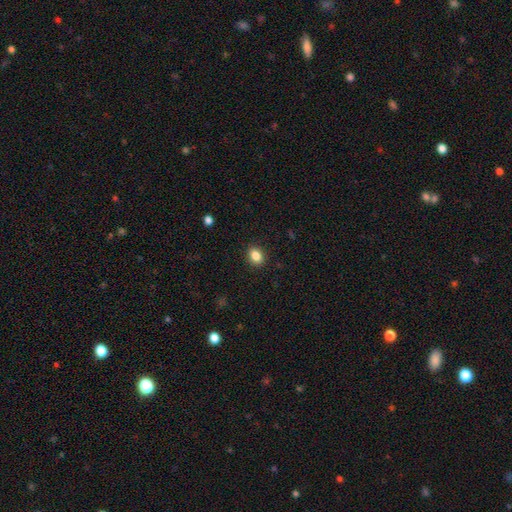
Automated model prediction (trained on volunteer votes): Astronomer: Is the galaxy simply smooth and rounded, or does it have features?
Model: smooth — 85%.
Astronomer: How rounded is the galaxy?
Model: in between — 62%.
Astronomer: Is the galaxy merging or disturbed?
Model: none — 90%.